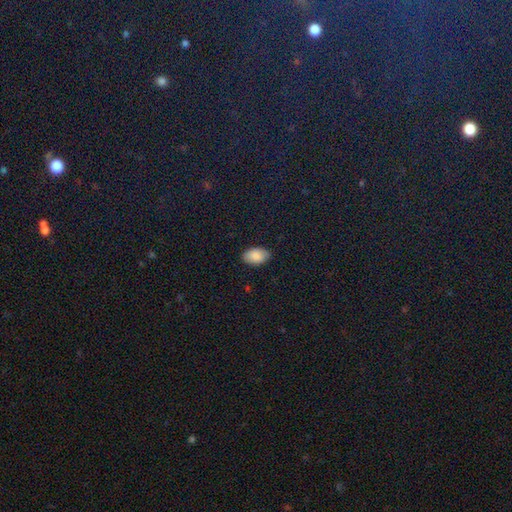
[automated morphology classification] Overall: smooth (87%). How rounded: in between (93%). Merging: none (86%).